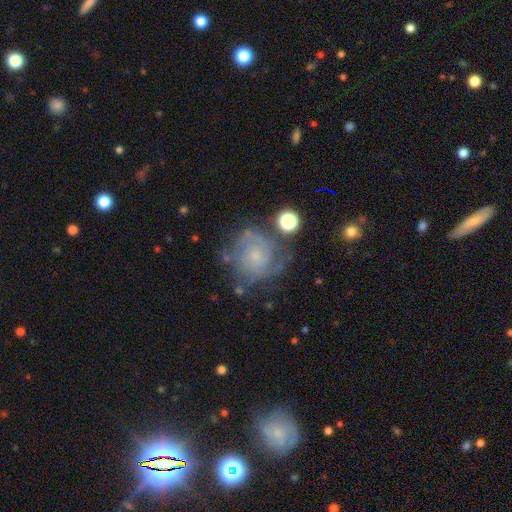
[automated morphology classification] Overall: featured or disk (59%; smooth 30%). Edge-on disk: no (97%). Bar: no (80%). Spiral arms: yes (79%). Bulge size: small (64%). Merging: none (56%; minor disturbance 22%).